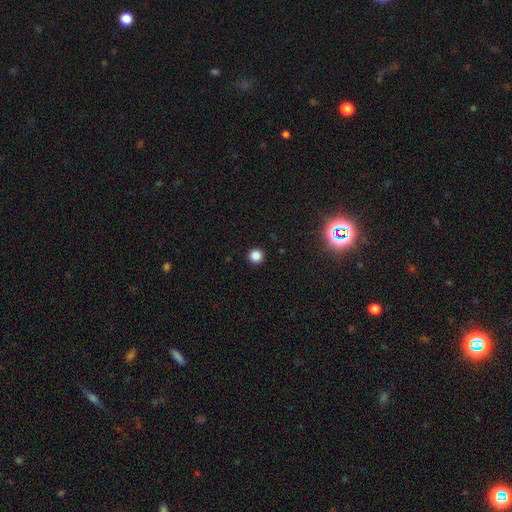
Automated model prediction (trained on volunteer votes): Smooth or featured: smooth — 85% (star or artifact — 12%)
How rounded: round — 96% (in between — 3%)
Merging: none — 93% (minor disturbance — 4%)